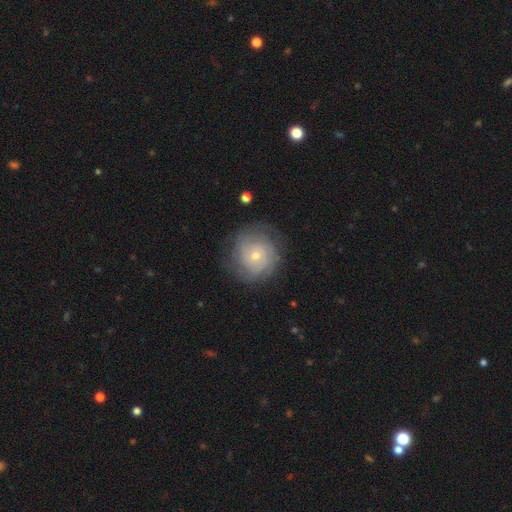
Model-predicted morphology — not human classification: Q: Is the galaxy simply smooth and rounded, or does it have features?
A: featured or disk — 65%.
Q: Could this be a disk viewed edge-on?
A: no — 97%.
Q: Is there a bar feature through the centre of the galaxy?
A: no — 80%.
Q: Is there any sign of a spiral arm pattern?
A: yes — 85%.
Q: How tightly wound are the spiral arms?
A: tight — 70%.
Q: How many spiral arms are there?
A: can't tell — 48%.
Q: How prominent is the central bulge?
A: small — 68%.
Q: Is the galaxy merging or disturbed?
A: none — 78%.